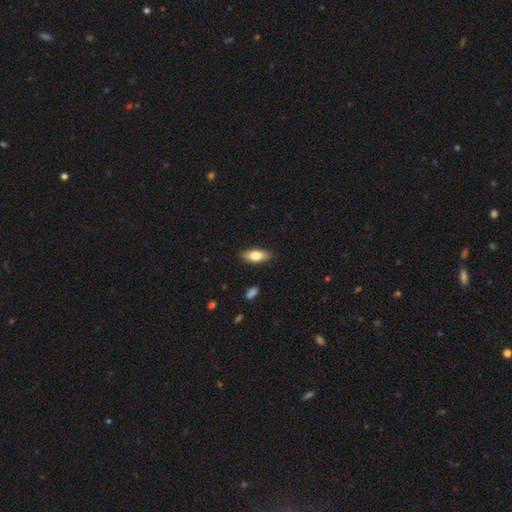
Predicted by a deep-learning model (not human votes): Morphology: type=smooth (75%); roundness=in between (77%); merging=none (88%).